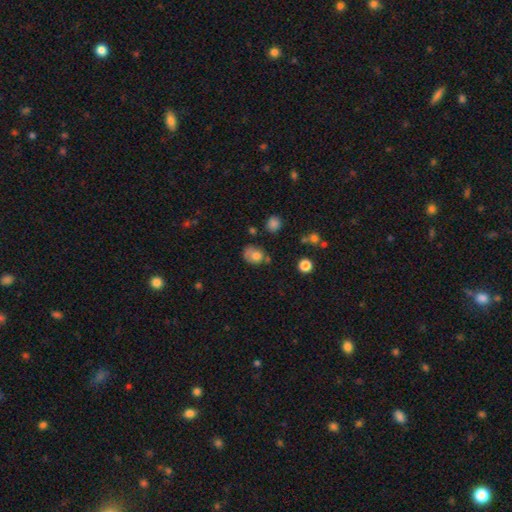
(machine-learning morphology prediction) This appears to be a smooth galaxy with no disk features (75%) that is round (52%). Merging: none (48%).